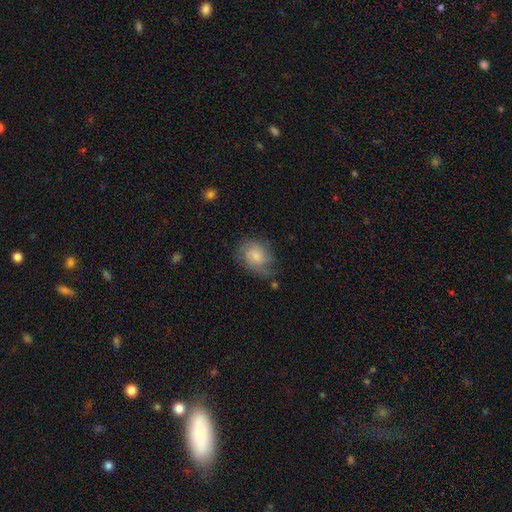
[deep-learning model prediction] Morphology: type=smooth (60%); roundness=in between (59%); merging=none (57%).